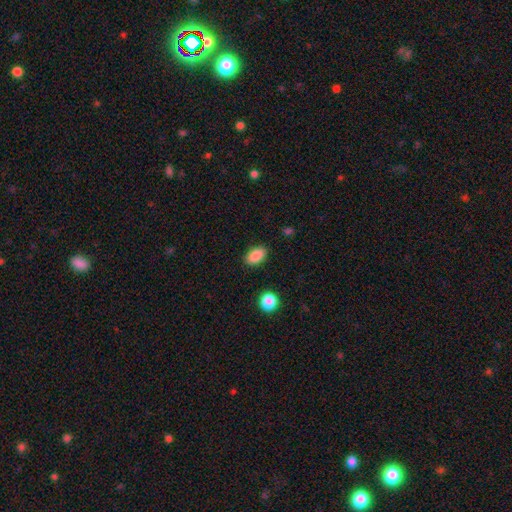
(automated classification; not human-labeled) Smooth or featured? Predicted: smooth (p=0.88). How rounded? Predicted: in between (p=0.91). Merging? Predicted: none (p=0.87).